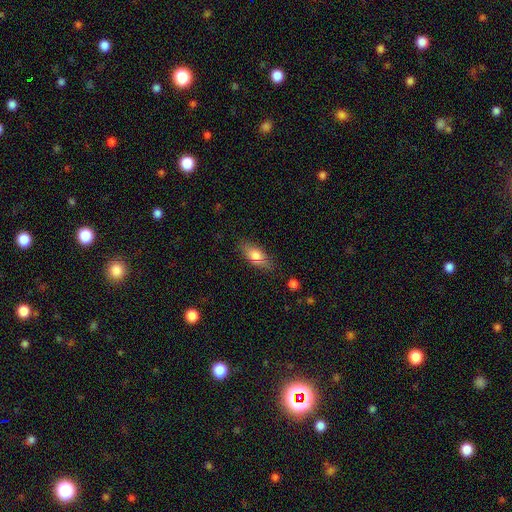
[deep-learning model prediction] smooth_or_featured: smooth (p=0.73) [alt: featured or disk p=0.18]
how_rounded: in between (p=0.78) [alt: cigar-shaped p=0.18]
merging: none (p=0.80) [alt: minor disturbance p=0.15]